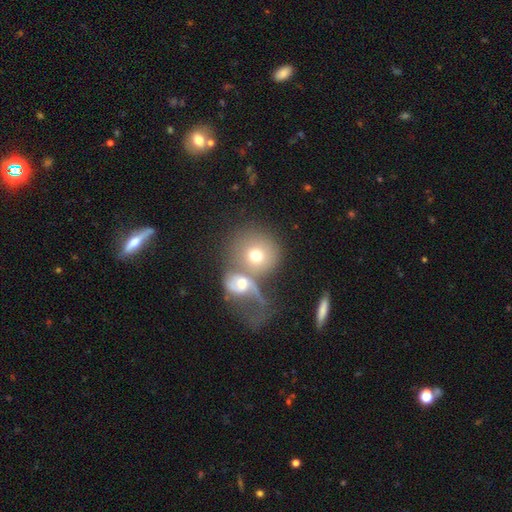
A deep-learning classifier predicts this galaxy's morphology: smooth 61%, featured or disk 30%, star or artifact 9%. Down the decision tree: how rounded — round (84%); merging — merger (55%).